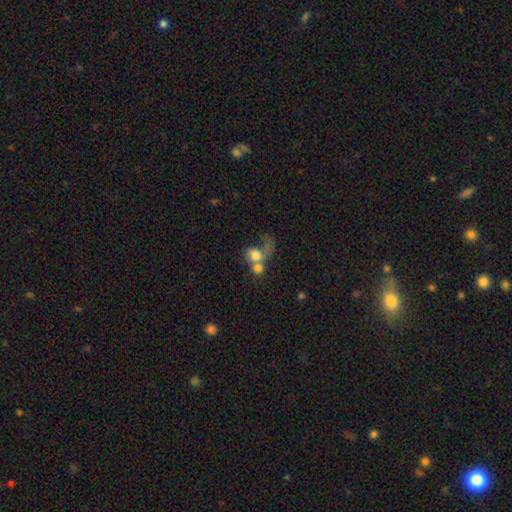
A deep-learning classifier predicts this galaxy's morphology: type=smooth (59%); roundness=round (63%); merging=merger (62%).